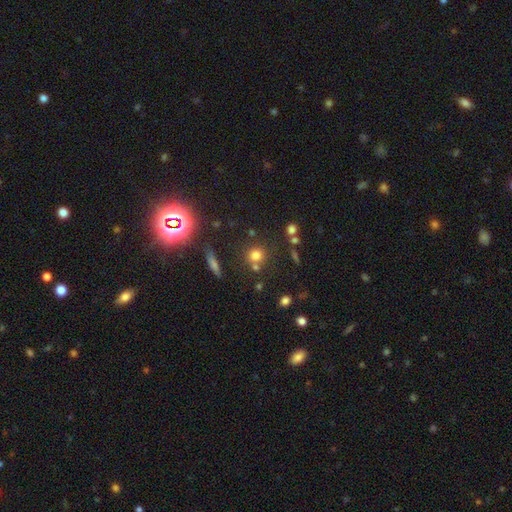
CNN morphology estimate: smooth 72%, star or artifact 19%, featured or disk 9%. Down the decision tree: how rounded — round (88%); merging — none (68%).